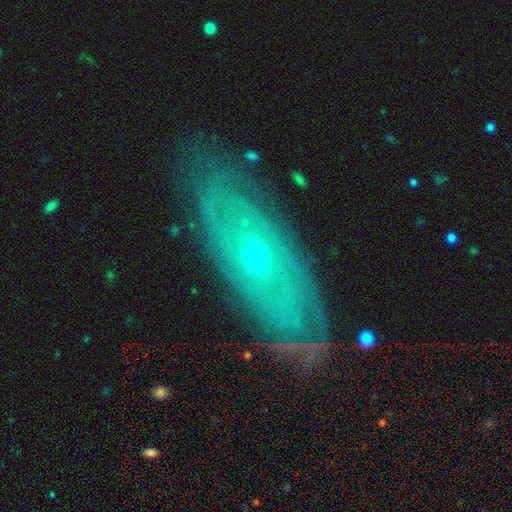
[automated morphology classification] smooth_or_featured: featured or disk (p=0.79) [alt: smooth p=0.13]
disk_edge_on: no (p=0.87) [alt: yes p=0.13]
bar: no (p=0.85) [alt: weak p=0.11]
has_spiral_arms: yes (p=0.81) [alt: no p=0.19]
spiral_winding: tight (p=0.76) [alt: medium p=0.18]
spiral_arm_count: can't tell (p=0.51) [alt: 2 p=0.22]
bulge_size: small (p=0.74) [alt: moderate p=0.23]
merging: none (p=0.77) [alt: minor disturbance p=0.16]